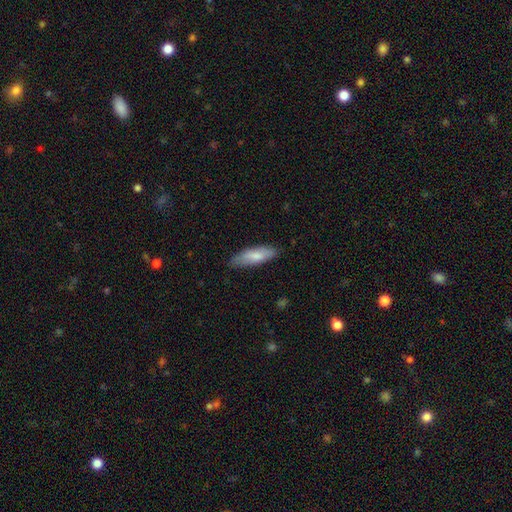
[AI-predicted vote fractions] Morphology: type=smooth (77%); roundness=in between (50%); merging=none (77%).